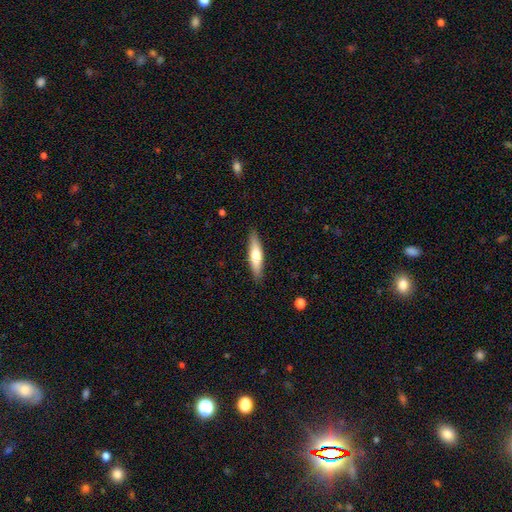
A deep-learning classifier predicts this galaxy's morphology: Smooth or featured: smooth — 60% (featured or disk — 35%)
How rounded: cigar-shaped — 74% (in between — 24%)
Merging: none — 88% (minor disturbance — 9%)